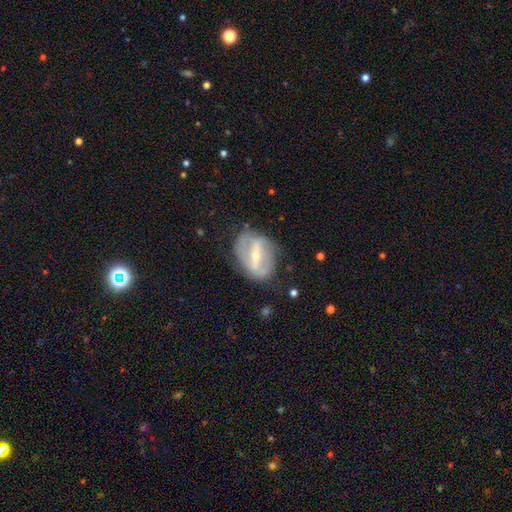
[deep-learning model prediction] Q: Smooth or featured?
A: featured or disk (75%); runner-up: smooth (18%)
Q: Edge-on disk?
A: no (91%); runner-up: yes (9%)
Q: Bar?
A: strong (69%); runner-up: weak (23%)
Q: Spiral arms?
A: yes (52%); runner-up: no (48%)
Q: Bulge size?
A: small (58%); runner-up: moderate (38%)
Q: Merging?
A: none (70%); runner-up: minor disturbance (19%)